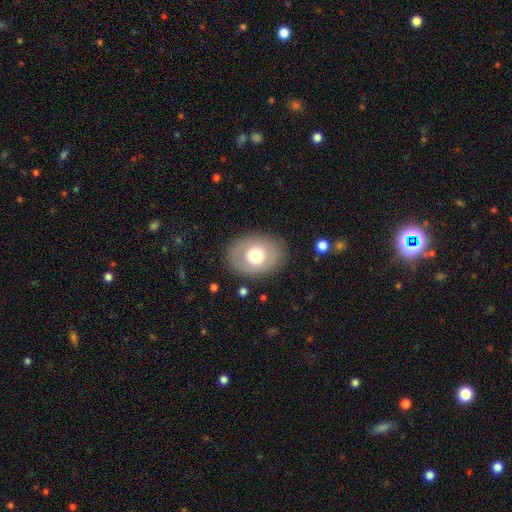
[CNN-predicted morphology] This appears to be a smooth galaxy with no disk features (65%) that is in between round and cigar-shaped (67%). Merging: none (83%).